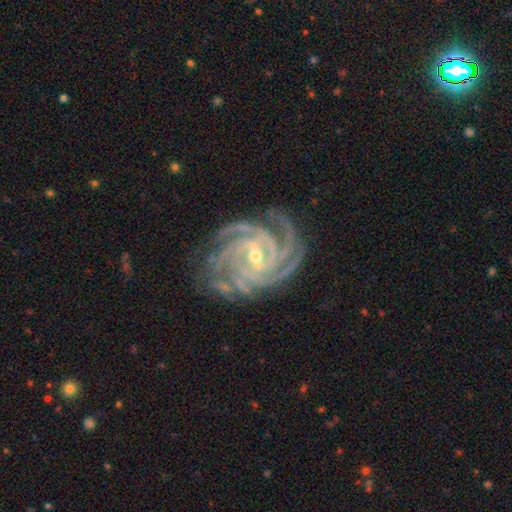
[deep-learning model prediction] Q: Smooth or featured?
A: featured or disk (94%); runner-up: star or artifact (4%)
Q: Edge-on disk?
A: no (98%); runner-up: yes (2%)
Q: Bar?
A: weak (47%); runner-up: strong (34%)
Q: Spiral arms?
A: yes (99%); runner-up: no (1%)
Q: Spiral winding?
A: tight (78%); runner-up: medium (20%)
Q: Spiral arm count?
A: 4 (44%); runner-up: more than 4 (25%)
Q: Bulge size?
A: small (62%); runner-up: moderate (35%)
Q: Merging?
A: none (80%); runner-up: minor disturbance (15%)